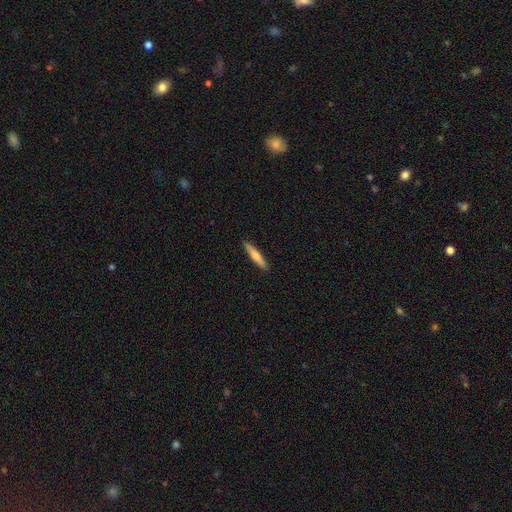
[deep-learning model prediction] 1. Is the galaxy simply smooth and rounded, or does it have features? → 62% smooth, 33% featured or disk, 5% star or artifact.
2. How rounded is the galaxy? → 91% cigar-shaped, 7% in between, 1% round.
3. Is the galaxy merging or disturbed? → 91% none, 7% minor disturbance, 1% major disturbance, 1% merger.